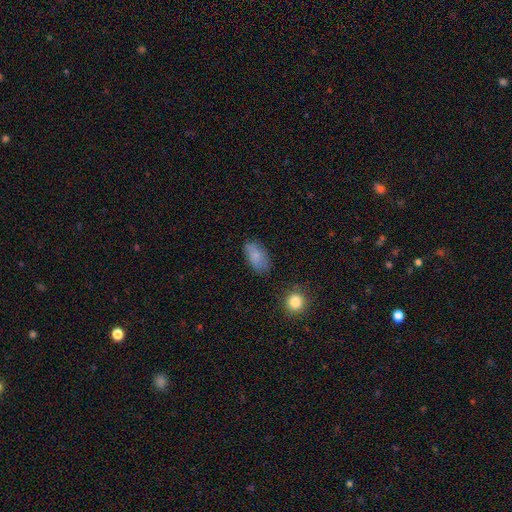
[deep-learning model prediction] This is clearly a smooth galaxy (80%). How rounded: clearly in between (92%). Merging: likely none (73%).